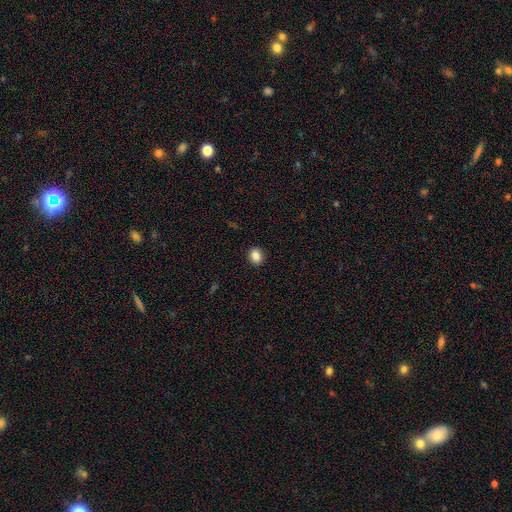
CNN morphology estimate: Smooth or featured?
  - smooth: 86% *
  - star or artifact: 9%
  - featured or disk: 4%
How rounded?
  - round: 57% *
  - in between: 42%
  - cigar-shaped: 1%
Merging?
  - none: 91% *
  - minor disturbance: 6%
  - major disturbance: 2%
  - merger: 1%